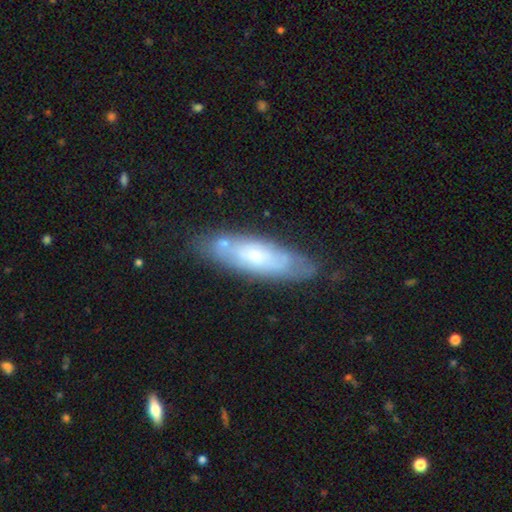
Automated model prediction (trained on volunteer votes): Smooth or featured? Predicted: smooth (p=0.48). Merging? Predicted: none (p=0.72).